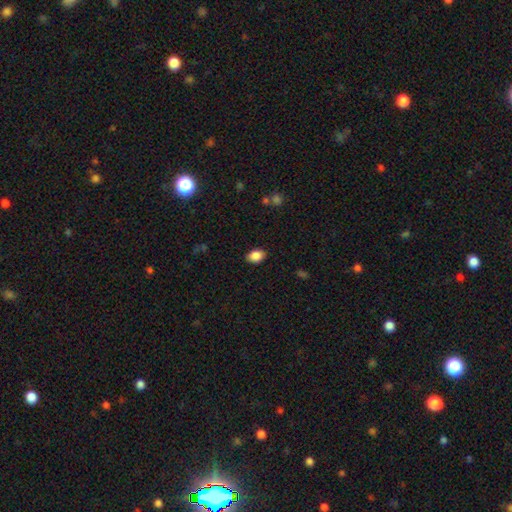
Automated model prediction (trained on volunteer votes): Overall: smooth (87%). How rounded: in between (80%). Merging: none (86%).